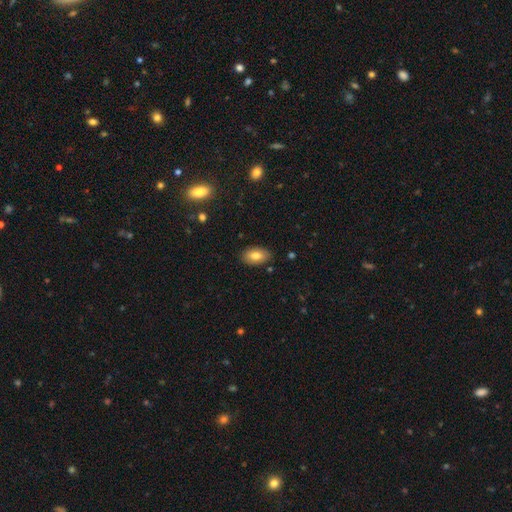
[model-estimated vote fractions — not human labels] This is likely a smooth galaxy (79%). How rounded: clearly in between (93%). Merging: clearly none (86%).